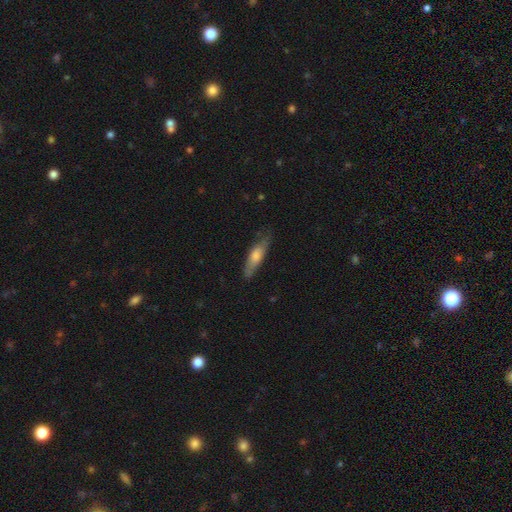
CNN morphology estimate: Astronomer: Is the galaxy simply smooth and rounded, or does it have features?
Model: smooth — 61%.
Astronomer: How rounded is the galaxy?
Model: cigar-shaped — 67%.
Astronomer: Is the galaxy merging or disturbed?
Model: none — 70%.